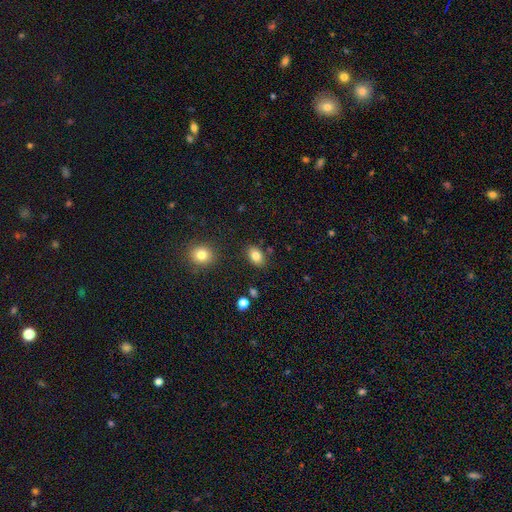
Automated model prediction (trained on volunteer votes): A smooth galaxy with no disk features (83%) that is in between round and cigar-shaped (81%). Merging: none (83%).